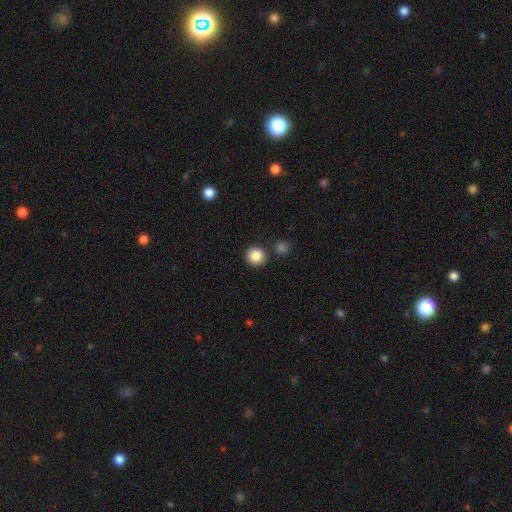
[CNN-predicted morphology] A smooth galaxy with no disk features (87%) that is round (93%). Merging: none (86%).